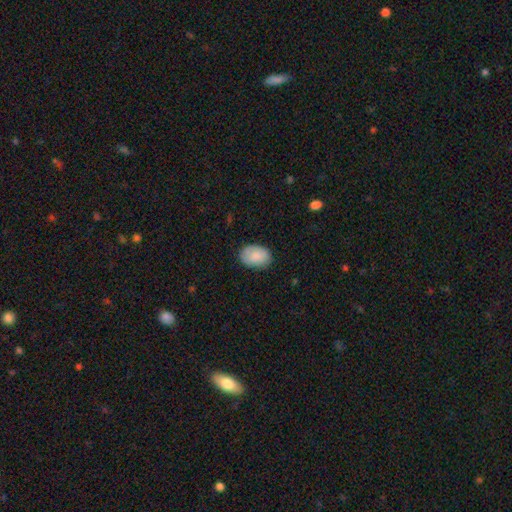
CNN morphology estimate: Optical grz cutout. It shows a smooth galaxy with no disk features (85%) that is in between round and cigar-shaped (85%). Merging: none (84%).